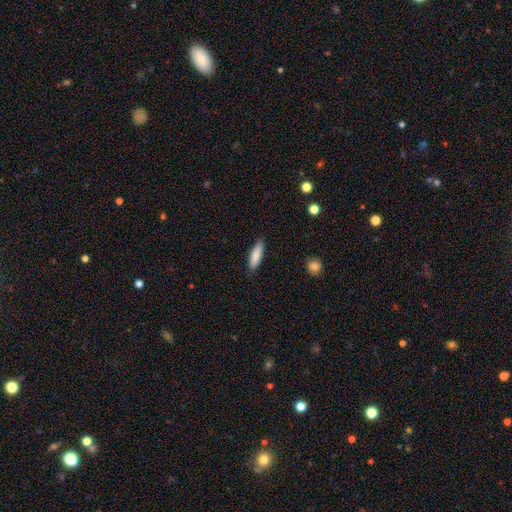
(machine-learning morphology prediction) type=smooth (85%); roundness=cigar-shaped (64%); merging=none (86%).